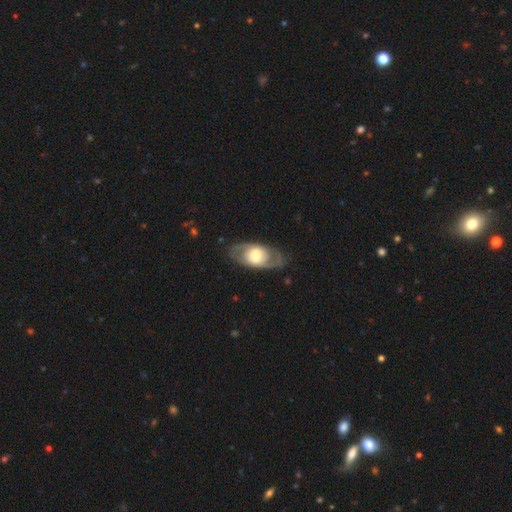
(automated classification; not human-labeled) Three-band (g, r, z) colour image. It shows a featured or disk galaxy (63%) with no bar (63%), spiral arms (54%) and a moderate central bulge (46%). Merging: none (77%).